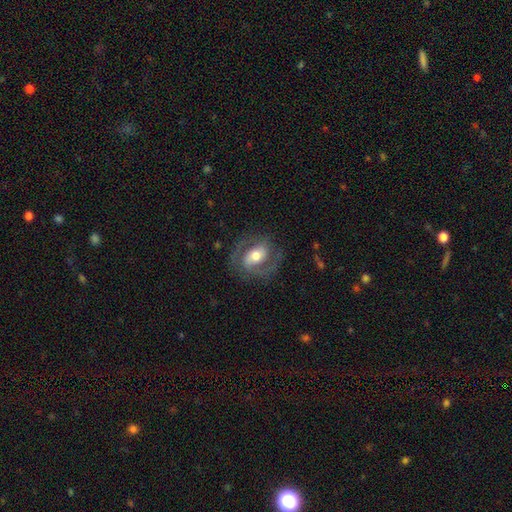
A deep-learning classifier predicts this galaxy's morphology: Smooth or featured: featured or disk — 77% (smooth — 17%)
Edge-on disk: no — 96% (yes — 4%)
Bar: weak — 40% (no — 30%)
Spiral arms: yes — 89% (no — 11%)
Spiral winding: medium — 53% (tight — 30%)
Spiral arm count: 2 — 86% (can't tell — 6%)
Bulge size: moderate — 66% (large — 17%)
Merging: none — 75% (minor disturbance — 14%)